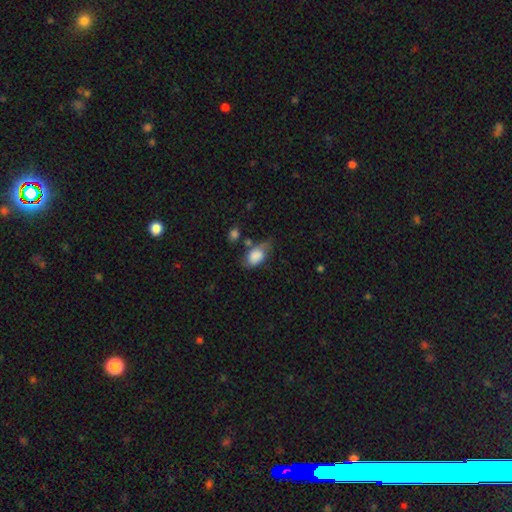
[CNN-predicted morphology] Overall: smooth (77%). How rounded: in between (88%). Merging: none (40%; minor disturbance 34%).